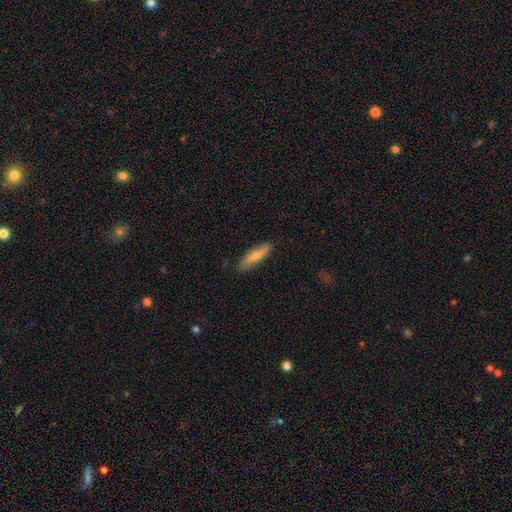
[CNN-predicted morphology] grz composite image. It shows a smooth galaxy with no disk features (68%) that is cigar-shaped (72%). Merging: none (83%).